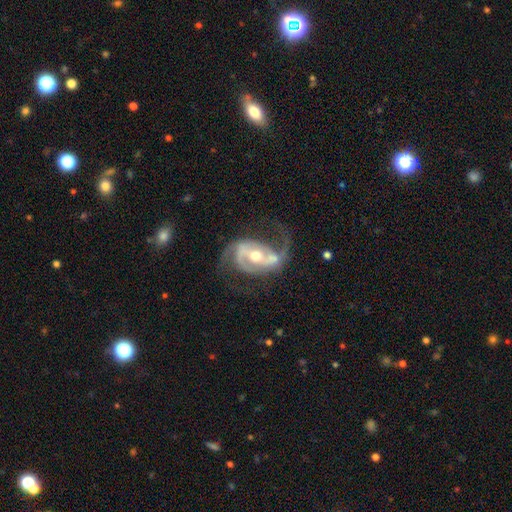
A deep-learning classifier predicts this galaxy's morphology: featured or disk 89%, smooth 6%, star or artifact 5%. Down the decision tree: edge-on disk — no (97%); bar — strong (38%); spiral arms — yes (96%); spiral arm count — 2 (81%); spiral winding — medium (48%); bulge size — moderate (67%); merging — none (54%).